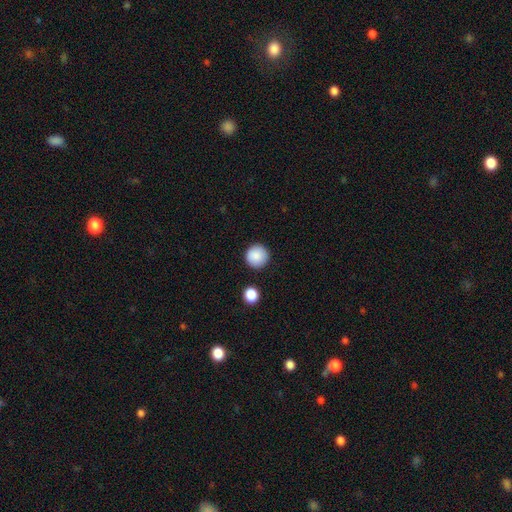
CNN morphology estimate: Smooth or featured: smooth — 88% (star or artifact — 8%)
How rounded: round — 95% (in between — 4%)
Merging: none — 90% (minor disturbance — 6%)